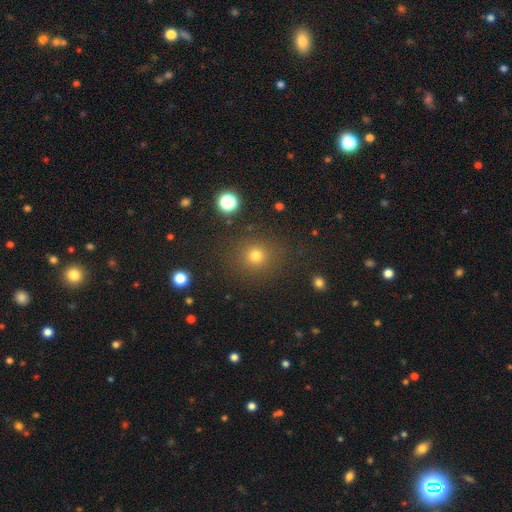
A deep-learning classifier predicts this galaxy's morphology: Smooth or featured? Predicted: smooth (p=0.75). How rounded? Predicted: round (p=0.90). Merging? Predicted: none (p=0.87).